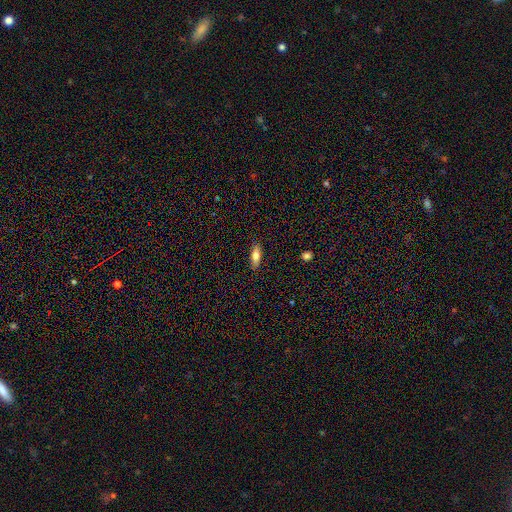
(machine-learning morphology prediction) Overall: smooth (75%). How rounded: in between (62%; cigar-shaped 35%). Merging: none (88%).